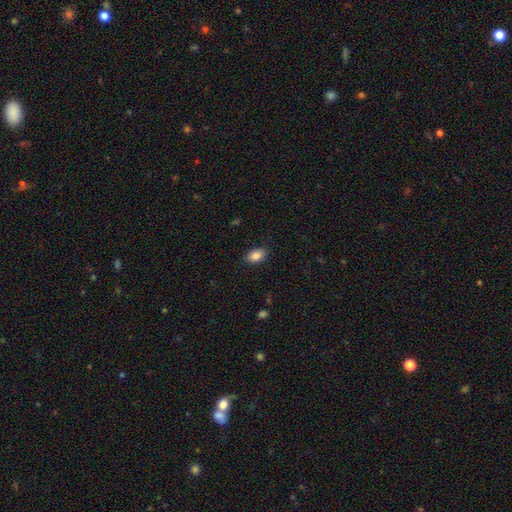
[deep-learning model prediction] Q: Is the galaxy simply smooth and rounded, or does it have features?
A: smooth — 87%.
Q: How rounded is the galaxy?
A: in between — 89%.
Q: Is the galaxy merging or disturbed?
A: none — 87%.